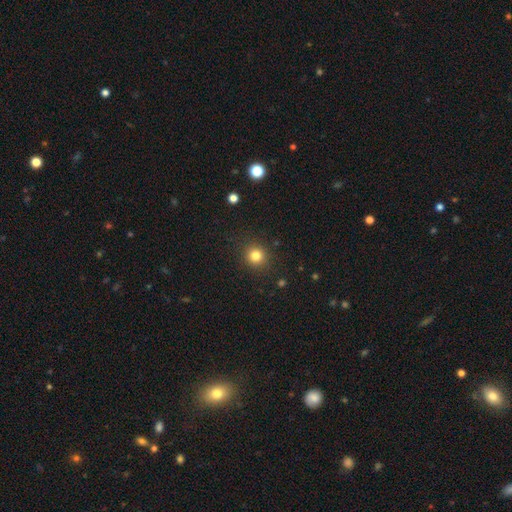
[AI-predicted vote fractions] smooth 81%, star or artifact 13%, featured or disk 5%. Down the decision tree: how rounded — round (90%); merging — none (89%).